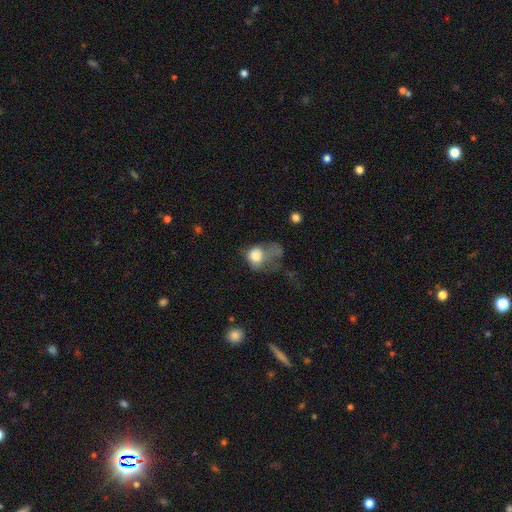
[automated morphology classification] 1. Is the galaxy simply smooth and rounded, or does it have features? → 69% smooth, 21% featured or disk, 10% star or artifact.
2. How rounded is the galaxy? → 51% round, 48% in between, 1% cigar-shaped.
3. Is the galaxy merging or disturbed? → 57% major disturbance, 16% minor disturbance, 15% none, 12% merger.